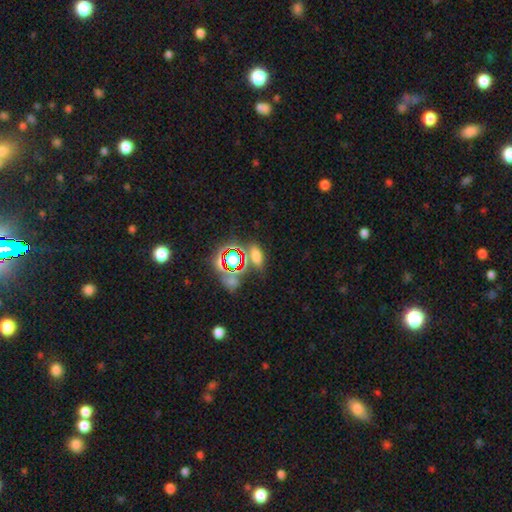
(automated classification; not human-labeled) The model was most divided on "smooth or featured": smooth: 56%, star or artifact: 35%, featured or disk: 10%. More confident: how rounded — in between (79%); merging — none (67%).